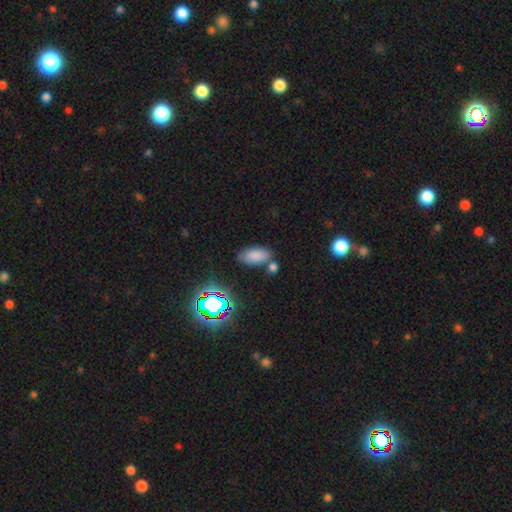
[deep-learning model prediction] Smooth or featured? smooth (77%)
How rounded? in between (91%)
Merging? none (70%)